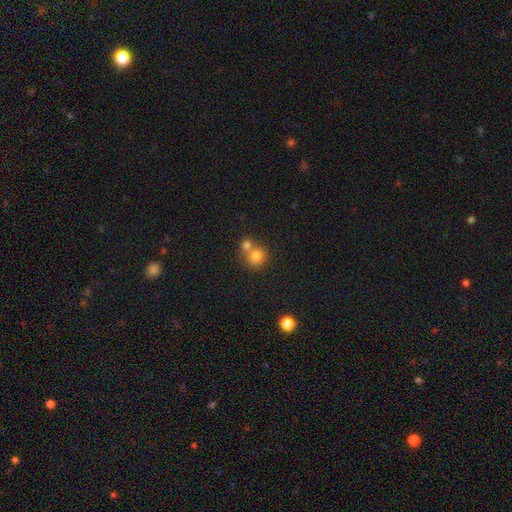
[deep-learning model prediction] This is likely a smooth galaxy (78%). How rounded: clearly round (86%). Merging: possibly merger (46%).